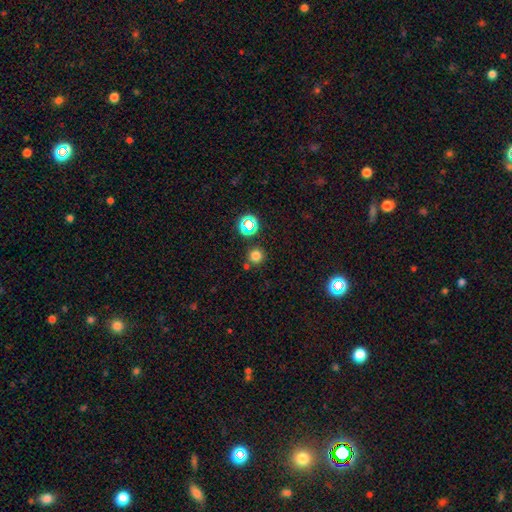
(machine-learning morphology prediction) The model was most divided on "smooth or featured": smooth: 74%, star or artifact: 21%, featured or disk: 6%. More confident: how rounded — round (93%); merging — none (79%).